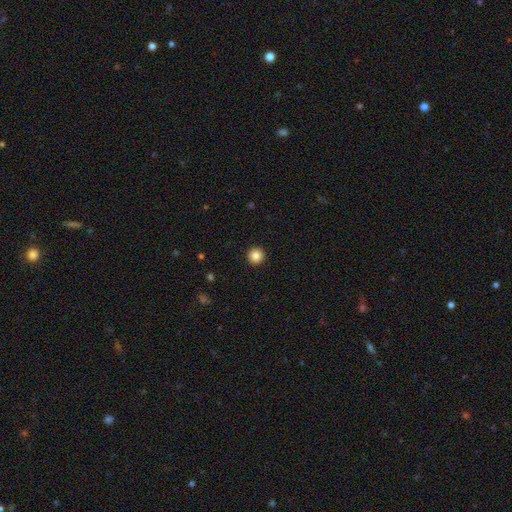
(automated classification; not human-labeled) Overall: smooth (86%). How rounded: round (96%). Merging: none (94%).